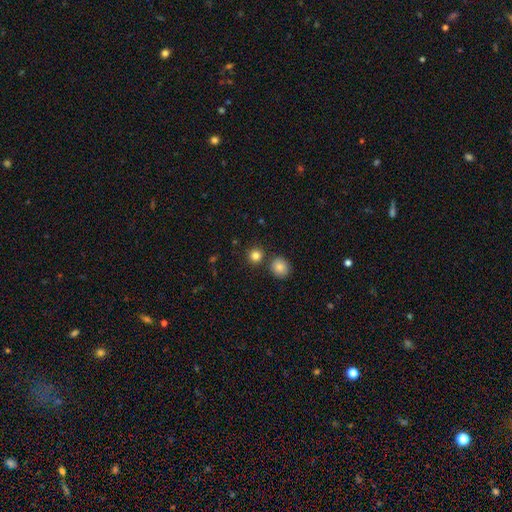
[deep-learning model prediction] Overall: smooth (83%). How rounded: round (90%). Merging: none (79%).